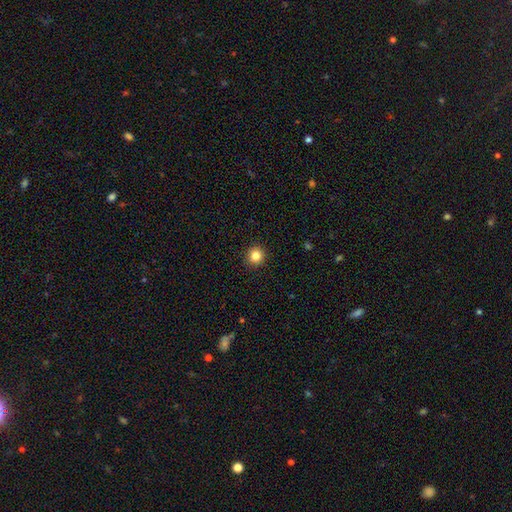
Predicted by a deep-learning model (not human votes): Overall: smooth (83%). How rounded: round (94%). Merging: none (93%).